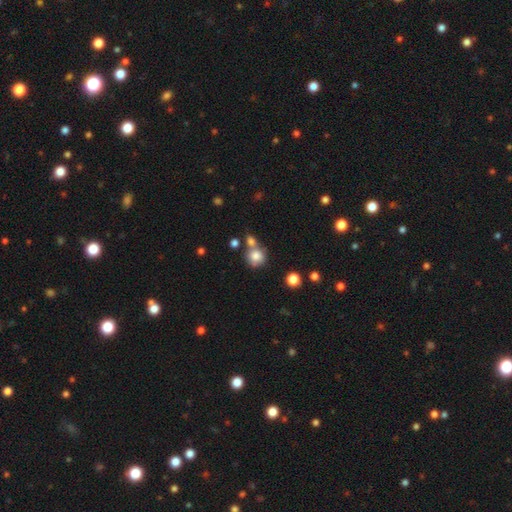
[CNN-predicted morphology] Smooth or featured? Predicted: smooth (p=0.80). How rounded? Predicted: round (p=0.88). Merging? Predicted: none (p=0.55).